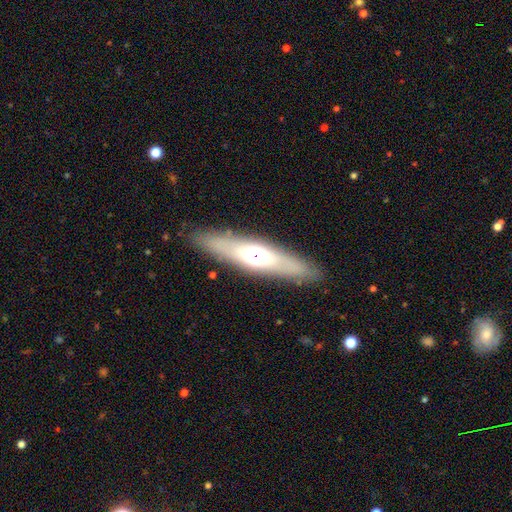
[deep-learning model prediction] Smooth or featured?
  - featured or disk: 48% *
  - smooth: 44%
  - star or artifact: 8%
Merging?
  - none: 87% *
  - minor disturbance: 8%
  - major disturbance: 3%
  - merger: 1%